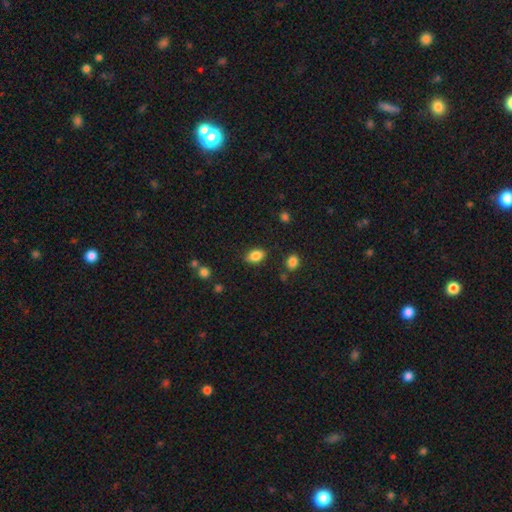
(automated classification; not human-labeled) Smooth or featured: smooth — 84% (star or artifact — 9%)
How rounded: in between — 86% (round — 12%)
Merging: none — 83% (minor disturbance — 12%)